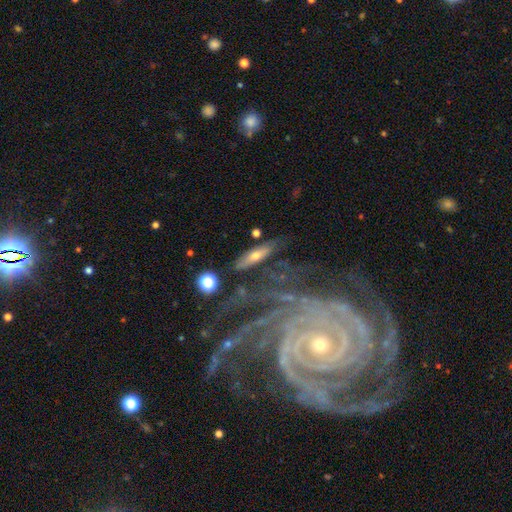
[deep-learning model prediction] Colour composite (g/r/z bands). It shows a featured or disk galaxy (47%). Merging: none (73%).